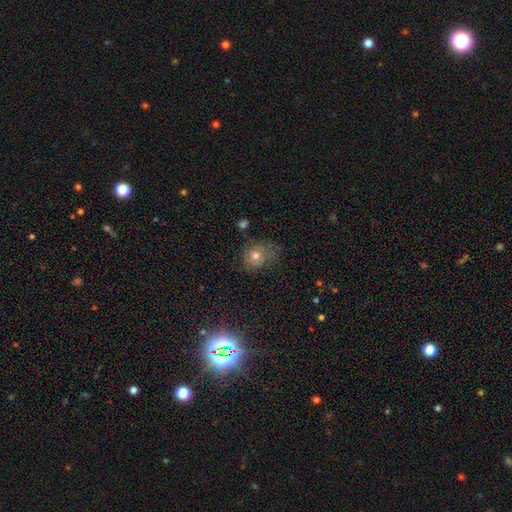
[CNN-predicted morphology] Q: Smooth or featured?
A: smooth (55%); runner-up: featured or disk (30%)
Q: How rounded?
A: round (69%); runner-up: in between (30%)
Q: Merging?
A: none (55%); runner-up: minor disturbance (25%)